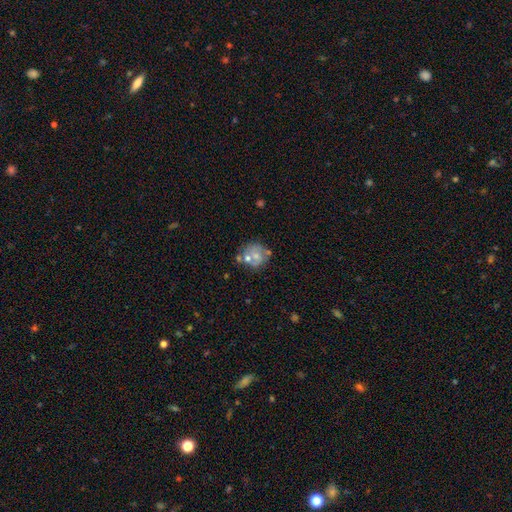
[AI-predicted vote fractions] A featured or disk galaxy (47%). Merging: none (51%).